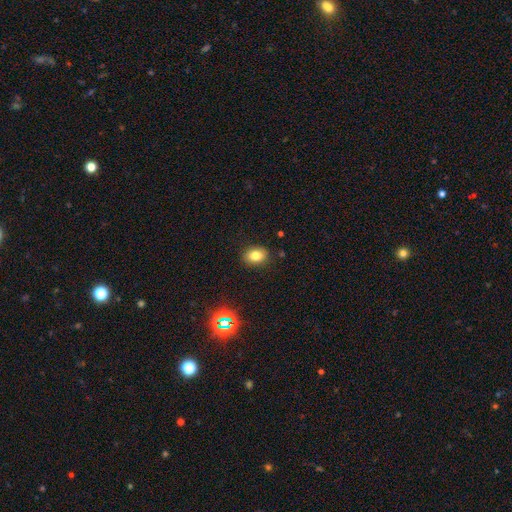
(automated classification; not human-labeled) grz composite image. It shows a smooth galaxy with no disk features (80%) that is in between round and cigar-shaped (71%). Merging: none (88%).